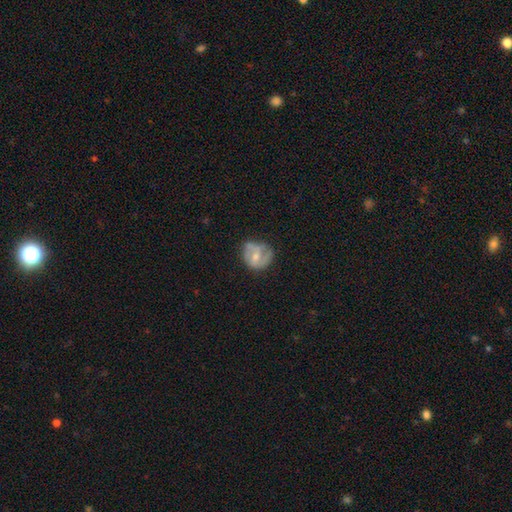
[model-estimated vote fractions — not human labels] This is possibly a featured or disk galaxy (51%). It is clearly not viewed edge-on (97%). Merging: possibly none (51%).